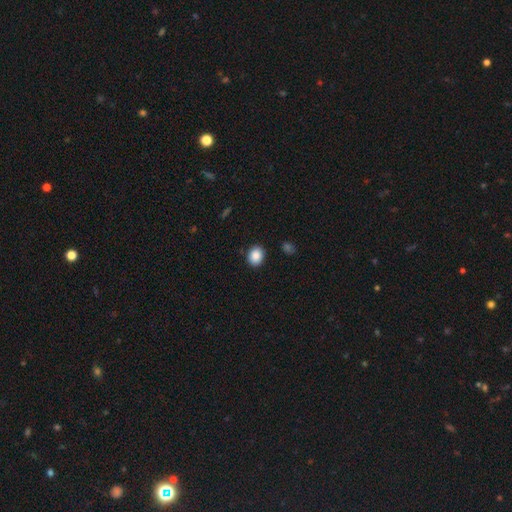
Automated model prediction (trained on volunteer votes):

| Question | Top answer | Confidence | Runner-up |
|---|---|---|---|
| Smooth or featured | smooth | 88% | star or artifact (8%) |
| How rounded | round | 53% | in between (46%) |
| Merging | none | 89% | minor disturbance (8%) |